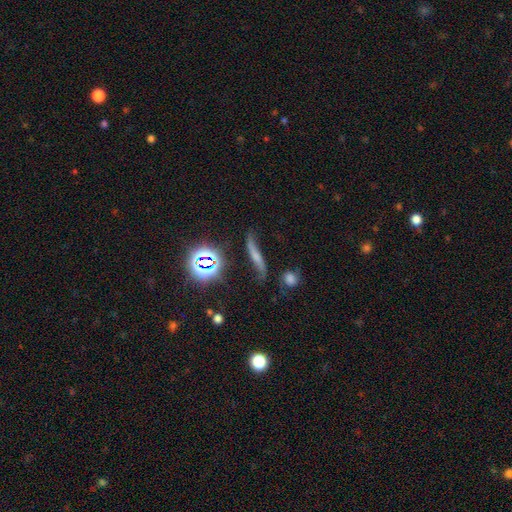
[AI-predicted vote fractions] Smooth or featured? featured or disk (41%)
Merging? none (59%)